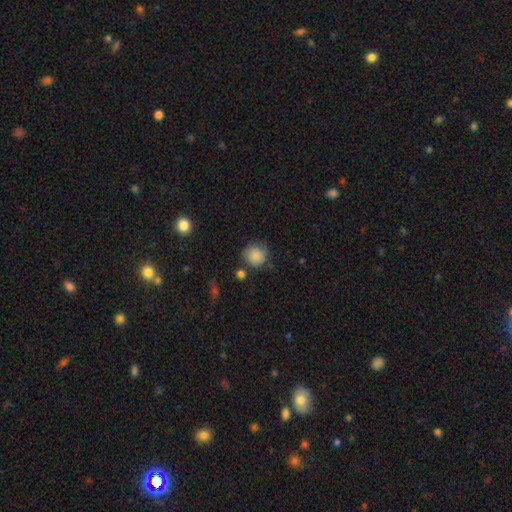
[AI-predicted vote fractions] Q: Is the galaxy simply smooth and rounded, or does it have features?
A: smooth — 85%.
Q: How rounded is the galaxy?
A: round — 90%.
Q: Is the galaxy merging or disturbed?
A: none — 72%.